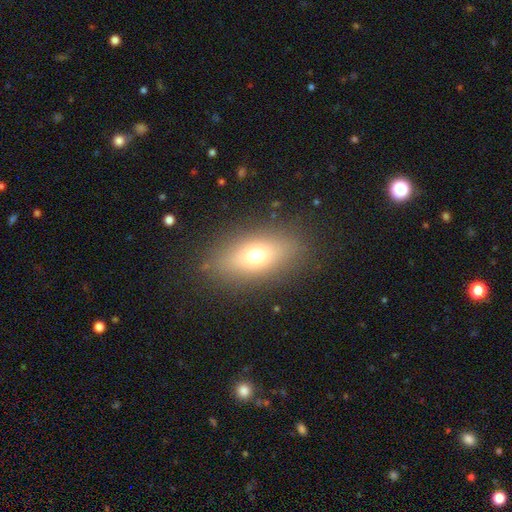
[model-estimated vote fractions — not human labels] This appears to be a smooth galaxy with no disk features (68%) that is in between round and cigar-shaped (79%). Merging: none (85%).